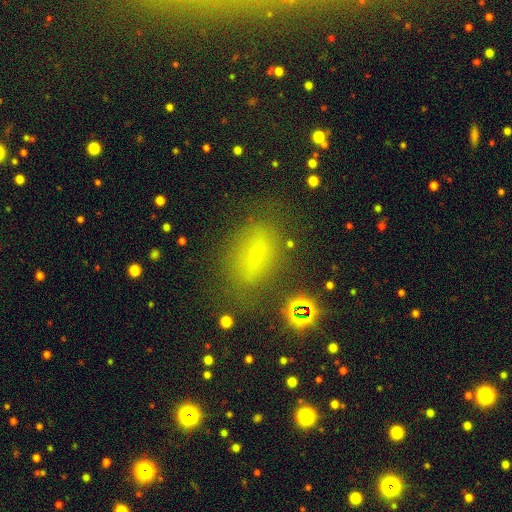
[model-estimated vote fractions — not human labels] This is likely a smooth galaxy (65%). How rounded: likely in between (79%). Merging: likely none (72%).